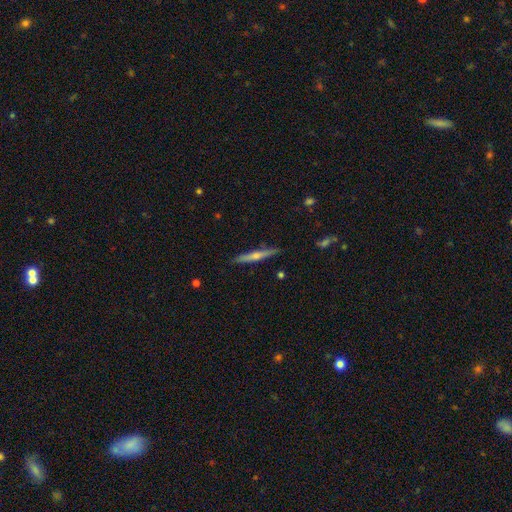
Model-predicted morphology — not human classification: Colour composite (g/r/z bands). It shows a featured or disk galaxy (65%) viewed edge-on (97%) with a rounded central bulge (80%). Merging: none (90%).